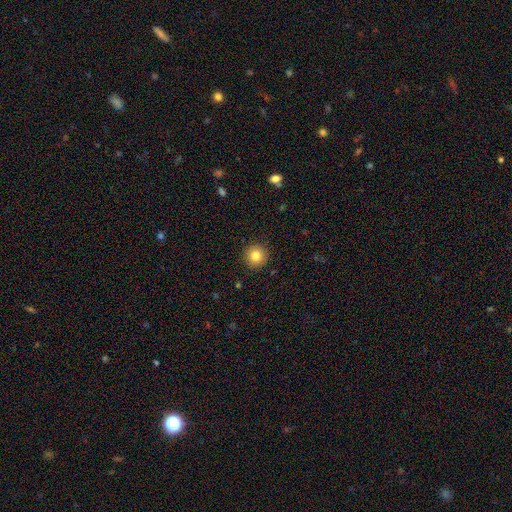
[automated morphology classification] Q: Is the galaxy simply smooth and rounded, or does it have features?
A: smooth — 83%.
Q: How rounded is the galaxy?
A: round — 95%.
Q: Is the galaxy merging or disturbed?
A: none — 92%.